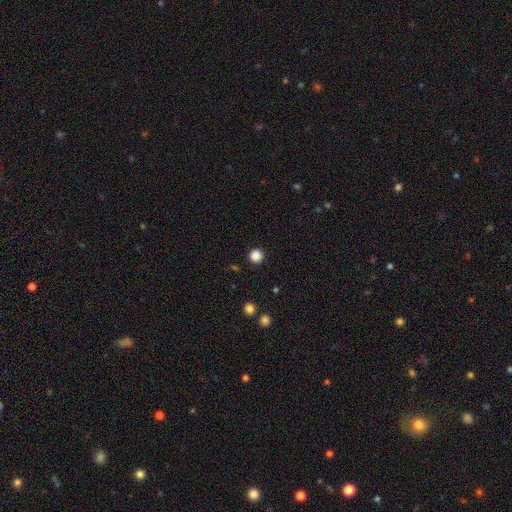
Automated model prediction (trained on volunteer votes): Overall: smooth (86%). How rounded: round (96%). Merging: none (92%).